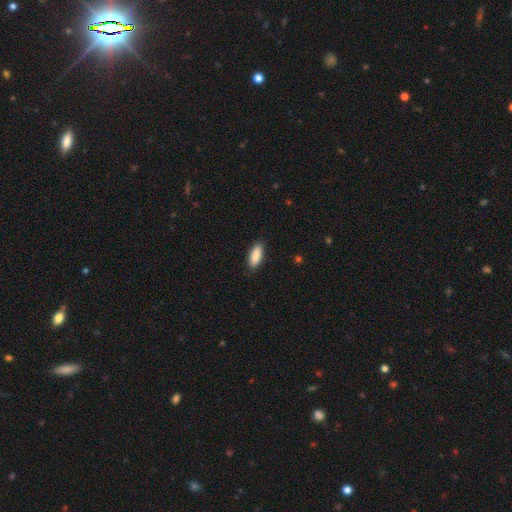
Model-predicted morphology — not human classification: Q: Smooth or featured?
A: smooth (89%); runner-up: star or artifact (6%)
Q: How rounded?
A: in between (79%); runner-up: cigar-shaped (19%)
Q: Merging?
A: none (86%); runner-up: minor disturbance (11%)